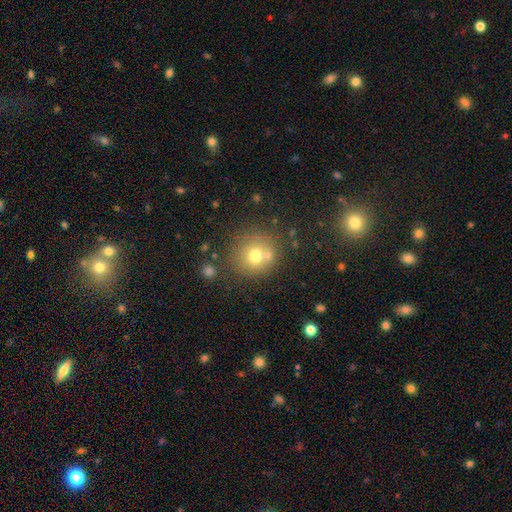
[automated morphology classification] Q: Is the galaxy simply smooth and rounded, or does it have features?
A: smooth — 70%.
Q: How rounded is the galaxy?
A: round — 91%.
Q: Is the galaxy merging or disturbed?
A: none — 68%.